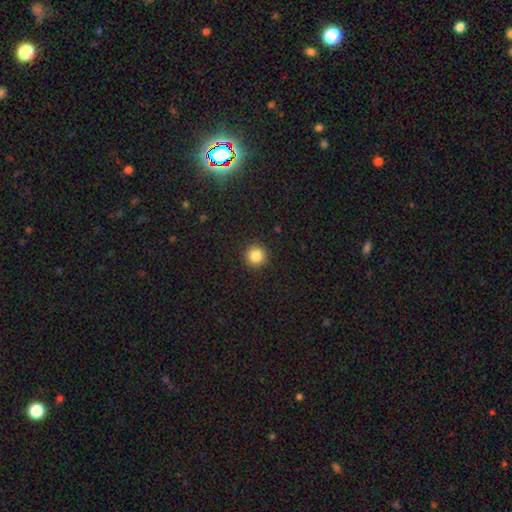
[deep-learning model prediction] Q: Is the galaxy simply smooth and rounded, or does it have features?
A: smooth — 85%.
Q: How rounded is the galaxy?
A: round — 95%.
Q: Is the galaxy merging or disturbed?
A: none — 92%.